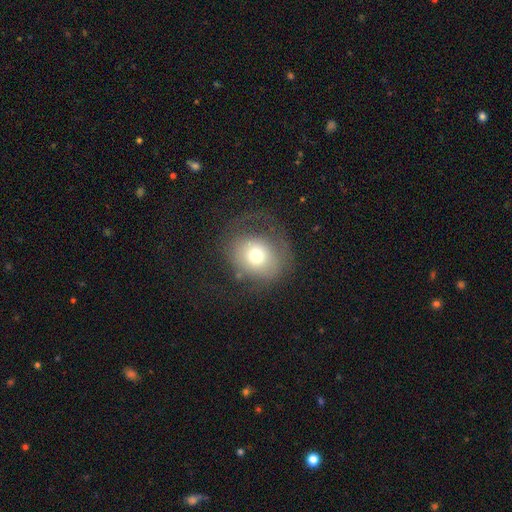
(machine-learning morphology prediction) Smooth or featured? Predicted: smooth (p=0.62). How rounded? Predicted: round (p=0.76). Merging? Predicted: none (p=0.46).